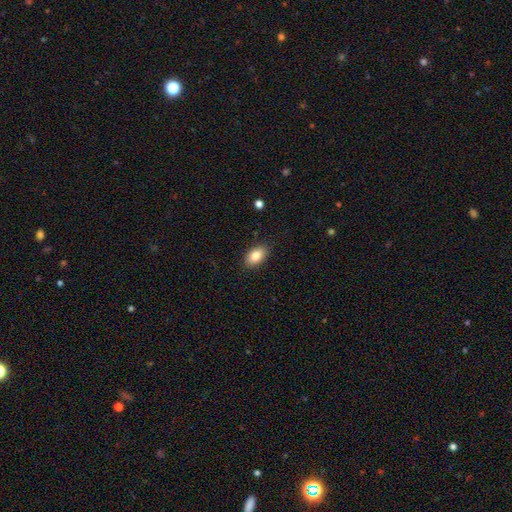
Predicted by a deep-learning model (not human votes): smooth 84%, featured or disk 9%, star or artifact 7%. Down the decision tree: how rounded — in between (91%); merging — none (87%).